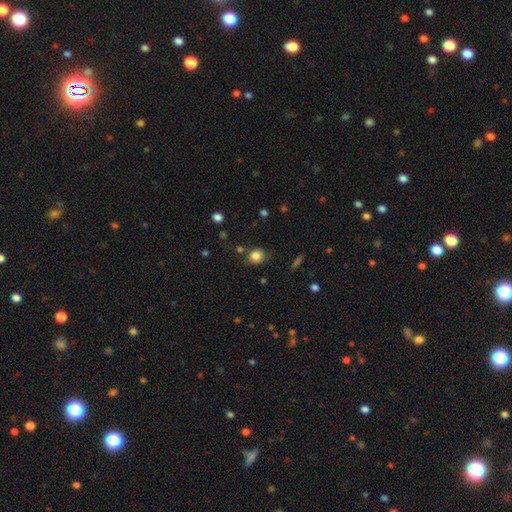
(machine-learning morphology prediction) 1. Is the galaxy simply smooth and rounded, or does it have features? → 83% smooth, 11% star or artifact, 6% featured or disk.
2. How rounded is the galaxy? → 77% round, 22% in between, 1% cigar-shaped.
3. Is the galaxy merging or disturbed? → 76% none, 15% minor disturbance, 5% merger, 4% major disturbance.